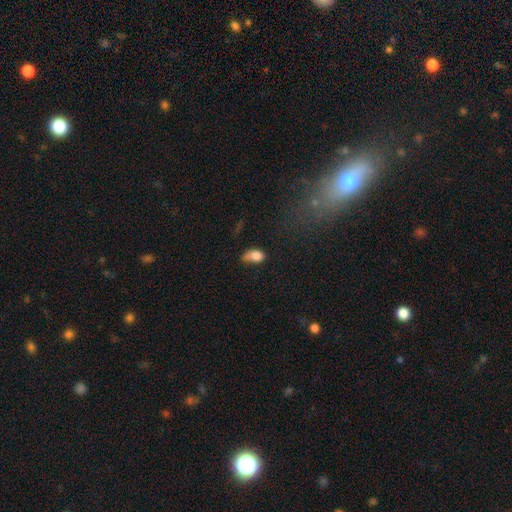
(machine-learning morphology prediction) A smooth galaxy with no disk features (79%) that is in between round and cigar-shaped (87%). Merging: minor disturbance (38%).